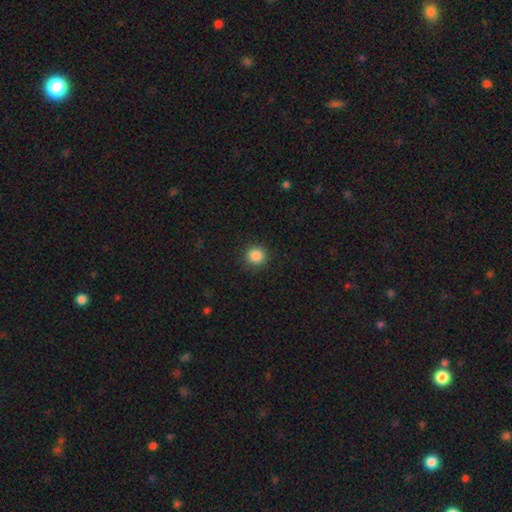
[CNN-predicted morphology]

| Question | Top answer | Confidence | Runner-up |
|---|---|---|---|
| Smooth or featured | smooth | 87% | star or artifact (10%) |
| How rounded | round | 94% | in between (5%) |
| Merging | none | 91% | minor disturbance (6%) |